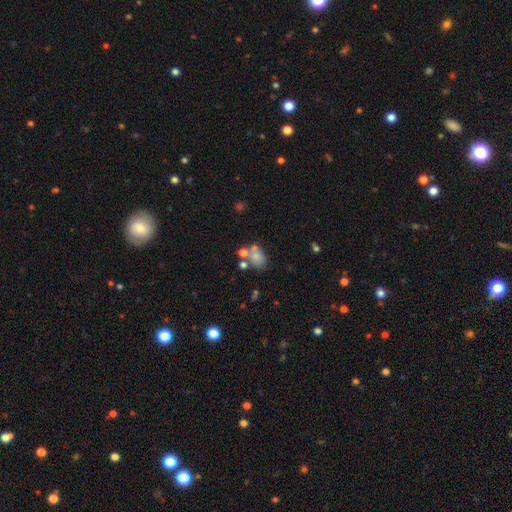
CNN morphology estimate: type=smooth (68%); roundness=in between (70%); merging=none (39%).